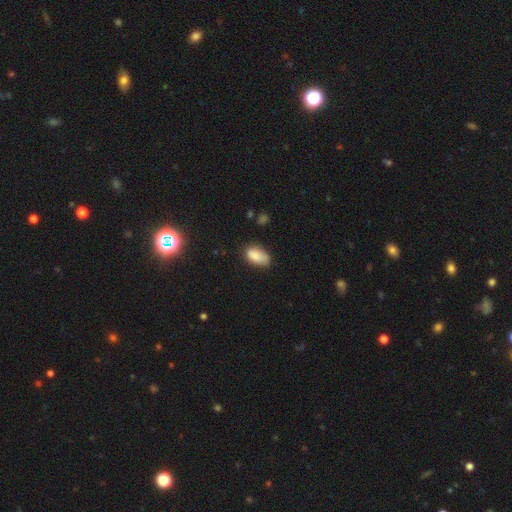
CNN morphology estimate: Smooth or featured? smooth (84%)
How rounded? in between (93%)
Merging? none (63%)